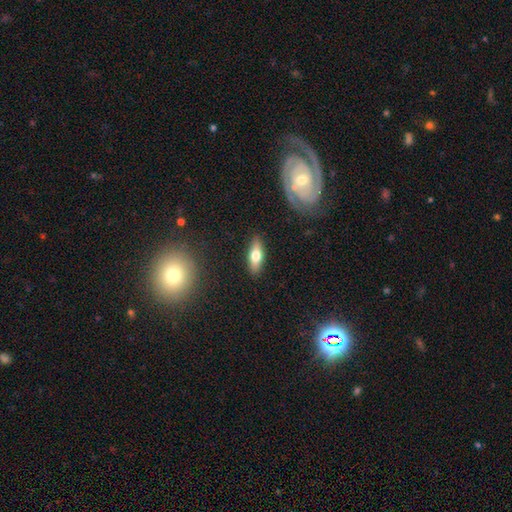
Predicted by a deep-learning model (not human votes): Smooth or featured: smooth — 61% (featured or disk — 32%)
How rounded: in between — 59% (cigar-shaped — 38%)
Merging: none — 88% (minor disturbance — 9%)